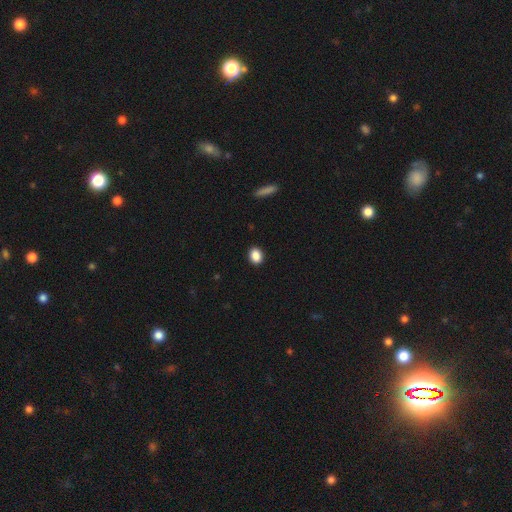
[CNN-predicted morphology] Smooth or featured?
  - smooth: 88% *
  - star or artifact: 9%
  - featured or disk: 3%
How rounded?
  - in between: 60% *
  - round: 38%
  - cigar-shaped: 1%
Merging?
  - none: 90% *
  - minor disturbance: 7%
  - major disturbance: 2%
  - merger: 1%